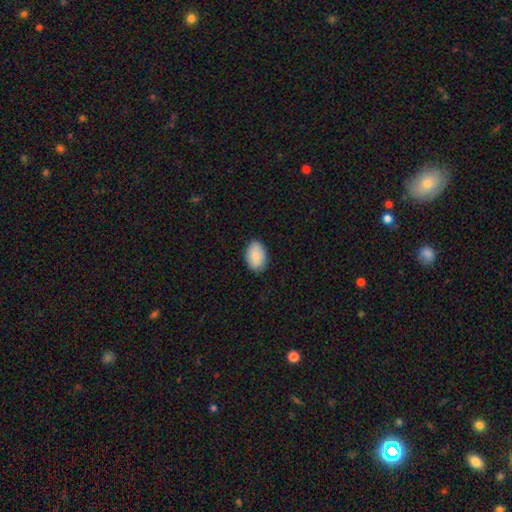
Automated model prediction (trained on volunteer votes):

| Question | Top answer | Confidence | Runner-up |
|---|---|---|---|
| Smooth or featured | smooth | 88% | star or artifact (6%) |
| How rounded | in between | 89% | round (10%) |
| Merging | none | 87% | minor disturbance (10%) |